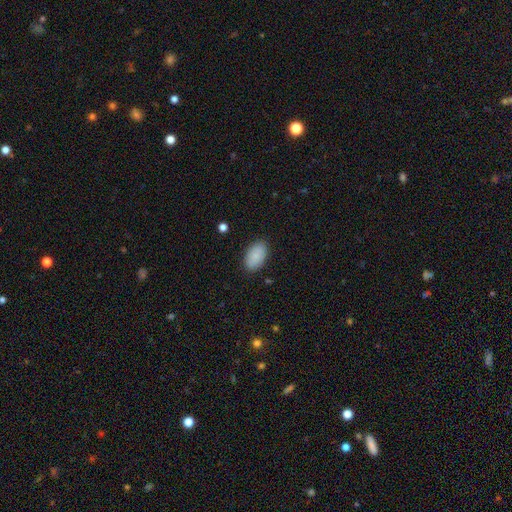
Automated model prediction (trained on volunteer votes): Overall: smooth (87%). How rounded: in between (93%). Merging: none (87%).